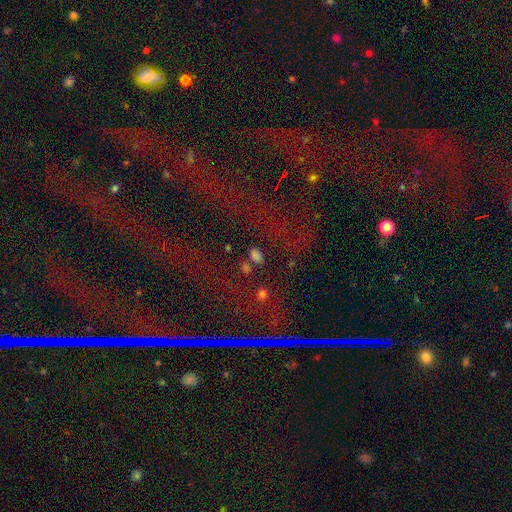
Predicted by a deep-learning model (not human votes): Q: Smooth or featured?
A: smooth (73%); runner-up: star or artifact (22%)
Q: How rounded?
A: in between (82%); runner-up: round (16%)
Q: Merging?
A: none (71%); runner-up: minor disturbance (13%)